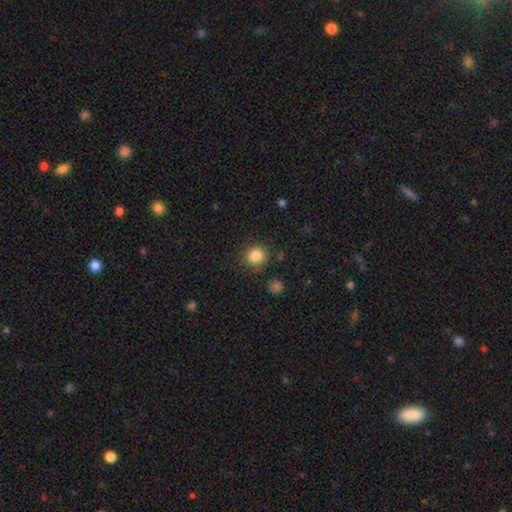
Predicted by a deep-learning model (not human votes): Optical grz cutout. It shows a smooth galaxy with no disk features (85%) that is round (89%). Merging: none (85%).